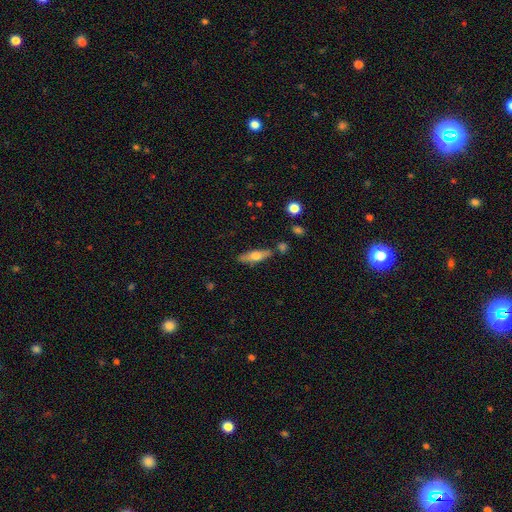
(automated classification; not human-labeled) Q: Smooth or featured?
A: smooth (52%); runner-up: featured or disk (42%)
Q: How rounded?
A: cigar-shaped (59%); runner-up: in between (38%)
Q: Merging?
A: none (78%); runner-up: minor disturbance (13%)